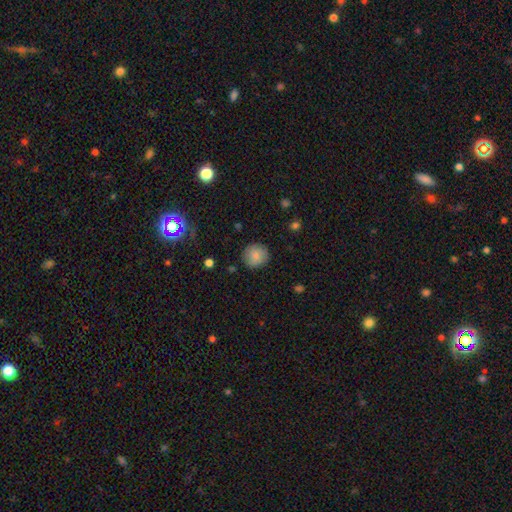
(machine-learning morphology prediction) A smooth galaxy with no disk features (80%) that is round (92%). Merging: none (86%).